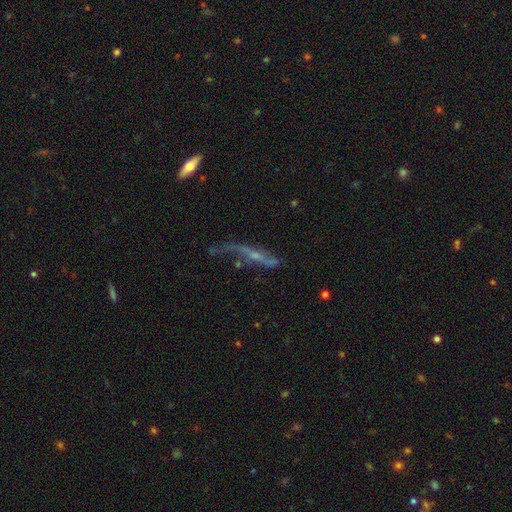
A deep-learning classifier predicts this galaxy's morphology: smooth_or_featured: featured or disk (p=0.69) [alt: smooth p=0.19]
disk_edge_on: no (p=0.54) [alt: yes p=0.46]
merging: major disturbance (p=0.37) [alt: none p=0.34]